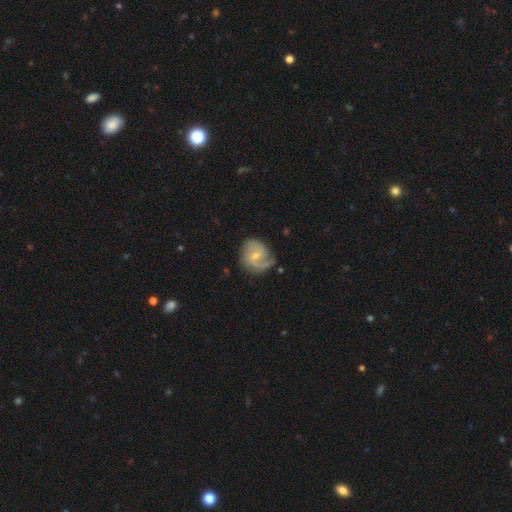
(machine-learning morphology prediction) A featured or disk galaxy (79%) with a weak bar (48%), 2 (61%) medium (47%) spiral arms (94%) and a small central bulge (58%). Merging: none (67%).